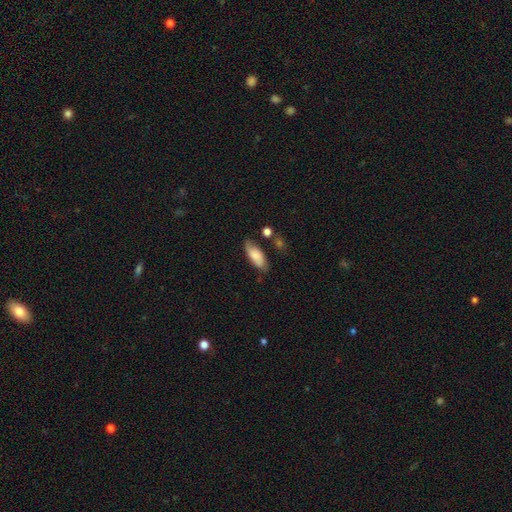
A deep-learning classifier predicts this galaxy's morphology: smooth-or-featured: smooth: 71% | featured or disk: 22% | star or artifact: 7%
  how-rounded: in between: 79% | cigar-shaped: 19% | round: 2%
  merging: none: 67% | minor disturbance: 22% | major disturbance: 6% | merger: 5%